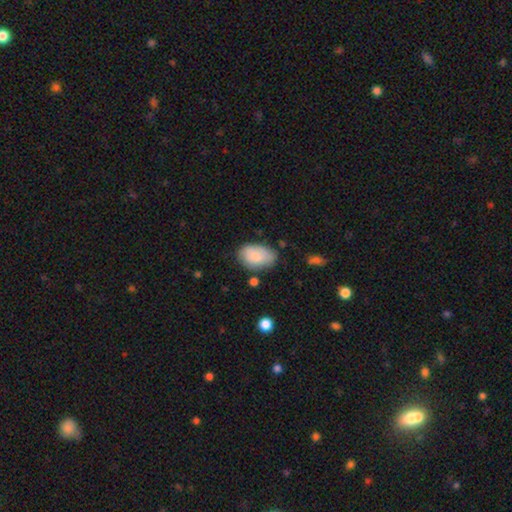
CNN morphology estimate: Q: Smooth or featured?
A: smooth (78%); runner-up: featured or disk (15%)
Q: How rounded?
A: in between (90%); runner-up: round (8%)
Q: Merging?
A: none (65%); runner-up: minor disturbance (25%)